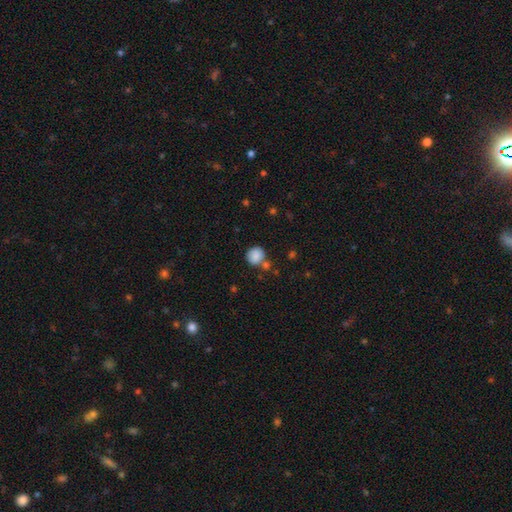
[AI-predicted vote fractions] A smooth galaxy with no disk features (86%) that is round (88%). Merging: none (68%).